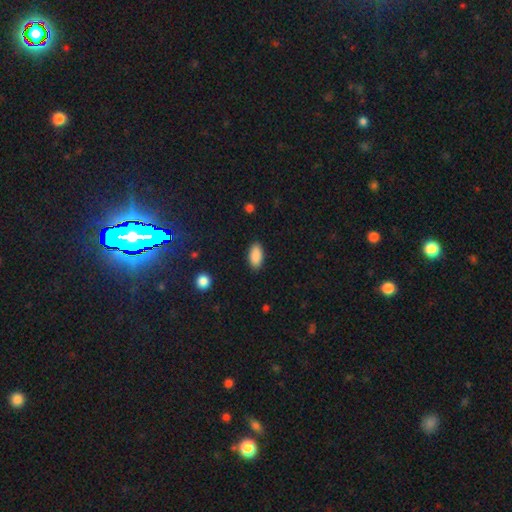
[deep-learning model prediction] Smooth or featured: smooth — 90% (star or artifact — 7%)
How rounded: in between — 93% (cigar-shaped — 4%)
Merging: none — 88% (minor disturbance — 9%)